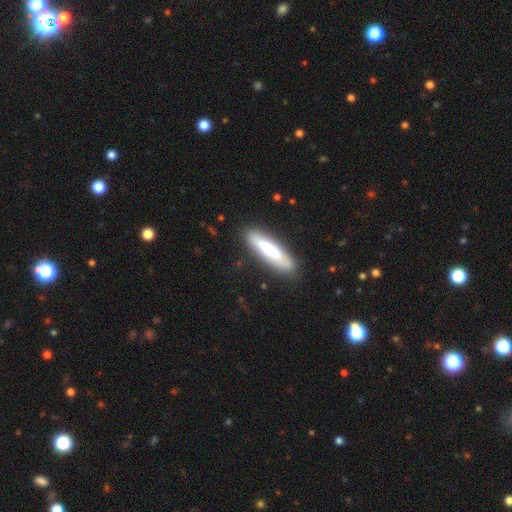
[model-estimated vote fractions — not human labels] A smooth galaxy with no disk features (66%) that is cigar-shaped (80%).

Vote fractions:
- Smooth or featured? smooth: 66% / featured or disk: 26% / star or artifact: 8%
- How rounded? cigar-shaped: 80% / in between: 19% / round: 1%
- Merging? none: 84% / minor disturbance: 12% / major disturbance: 3% / merger: 2%